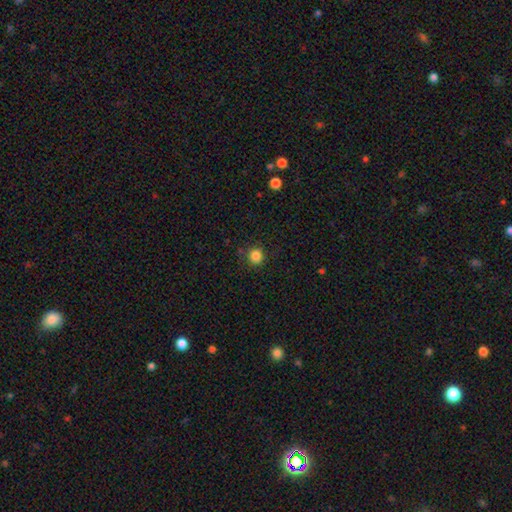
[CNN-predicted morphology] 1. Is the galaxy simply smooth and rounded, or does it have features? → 84% smooth, 12% star or artifact, 4% featured or disk.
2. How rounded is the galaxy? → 92% round, 8% in between, 1% cigar-shaped.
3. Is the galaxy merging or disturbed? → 85% none, 10% minor disturbance, 3% major disturbance, 2% merger.